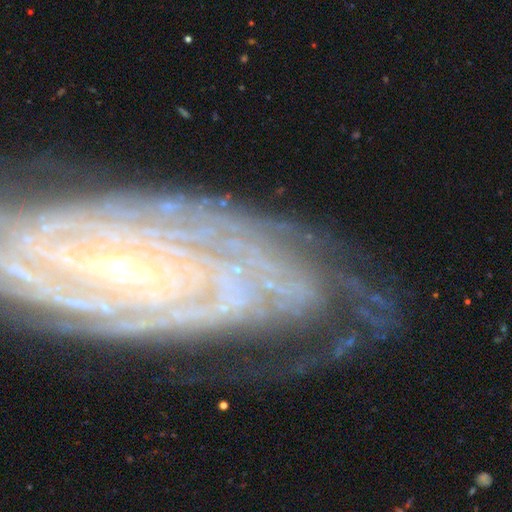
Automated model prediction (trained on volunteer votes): Smooth or featured? Predicted: featured or disk (p=0.85). Edge-on disk? Predicted: no (p=0.91). Bar? Predicted: no (p=0.40). Spiral arms? Predicted: yes (p=0.96). Spiral winding? Predicted: tight (p=0.80). Spiral arm count? Predicted: can't tell (p=0.36). Bulge size? Predicted: small (p=0.83). Merging? Predicted: none (p=0.68).